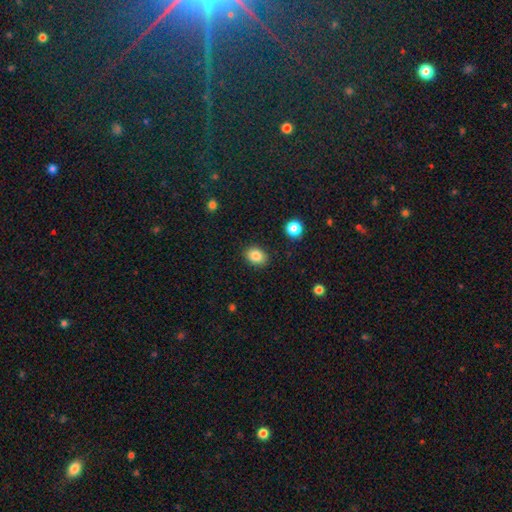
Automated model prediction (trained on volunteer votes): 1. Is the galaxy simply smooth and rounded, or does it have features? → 86% smooth, 9% star or artifact, 5% featured or disk.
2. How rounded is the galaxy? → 60% in between, 39% round, 1% cigar-shaped.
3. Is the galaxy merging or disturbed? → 88% none, 8% minor disturbance, 2% major disturbance, 1% merger.